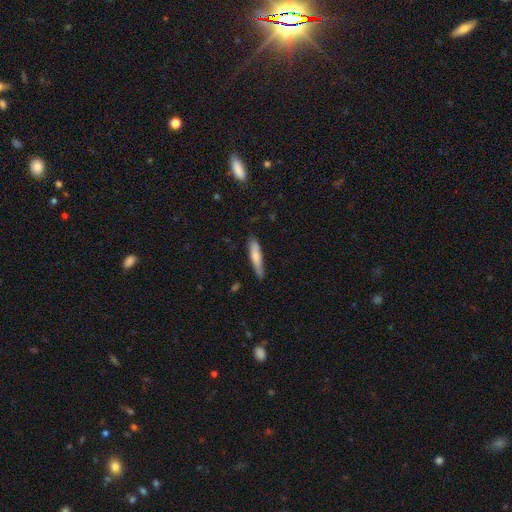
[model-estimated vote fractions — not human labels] Morphology: type=smooth (72%); roundness=cigar-shaped (86%); merging=none (78%).